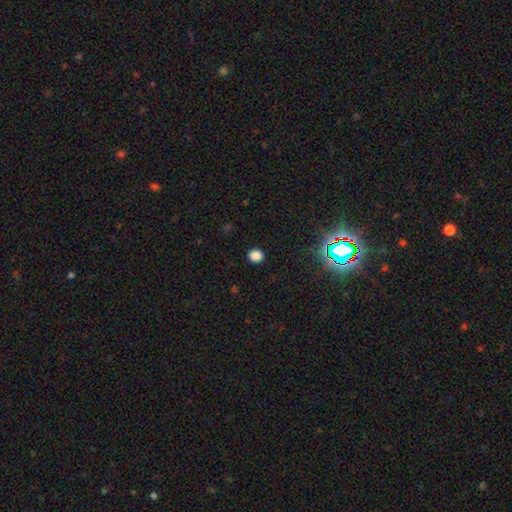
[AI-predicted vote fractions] smooth-or-featured: smooth: 83% | star or artifact: 14% | featured or disk: 3%
  how-rounded: round: 70% | in between: 29% | cigar-shaped: 1%
  merging: none: 90% | minor disturbance: 7% | major disturbance: 2% | merger: 1%